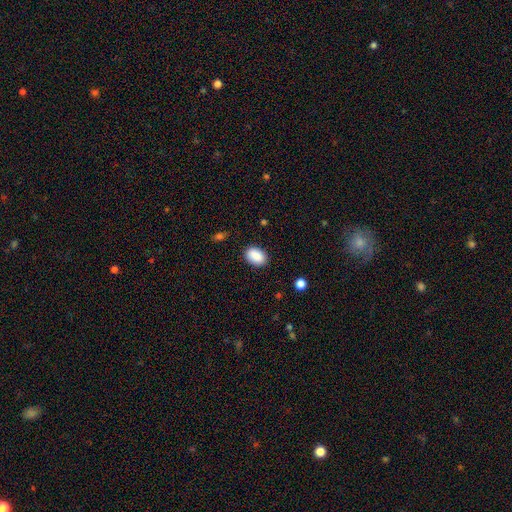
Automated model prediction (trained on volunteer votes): This is clearly a smooth galaxy (89%). How rounded: clearly in between (85%). Merging: clearly none (86%).